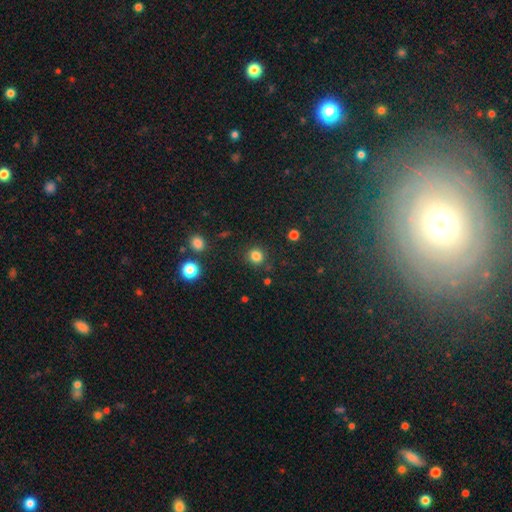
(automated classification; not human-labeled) A smooth galaxy with no disk features (83%) that is round (86%).

Vote fractions:
- Smooth or featured? smooth: 83% / star or artifact: 13% / featured or disk: 4%
- How rounded? round: 86% / in between: 13% / cigar-shaped: 1%
- Merging? none: 86% / minor disturbance: 8% / major disturbance: 3% / merger: 3%